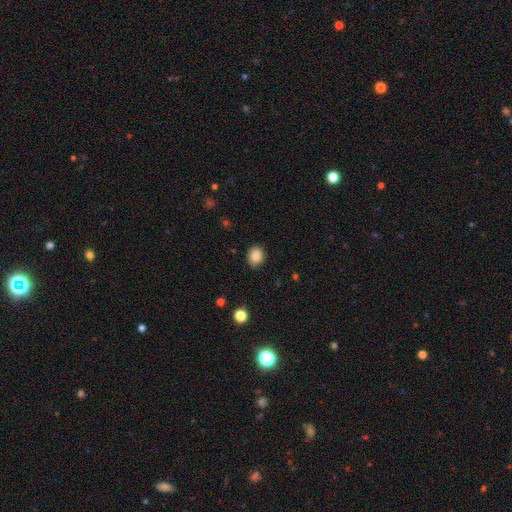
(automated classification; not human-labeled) Overall: smooth (85%). How rounded: round (65%; in between 34%). Merging: none (89%).